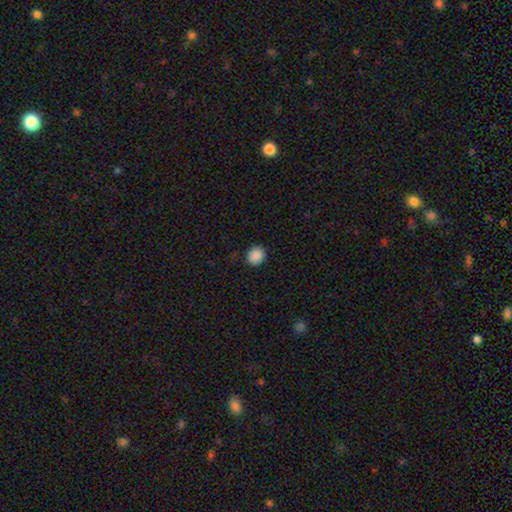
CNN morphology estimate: Smooth or featured?
  - smooth: 89% *
  - star or artifact: 8%
  - featured or disk: 2%
How rounded?
  - round: 68% *
  - in between: 31%
  - cigar-shaped: 1%
Merging?
  - none: 90% *
  - minor disturbance: 7%
  - major disturbance: 2%
  - merger: 1%